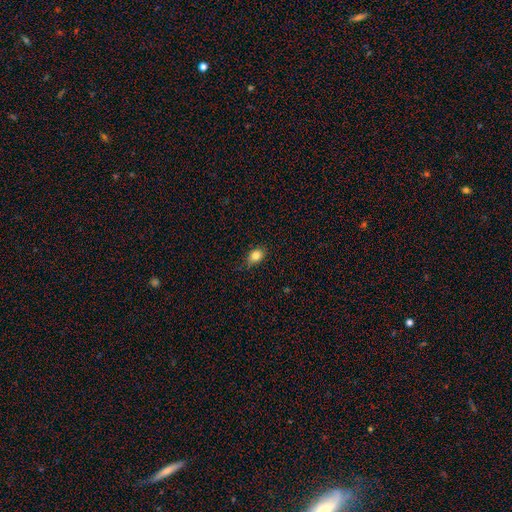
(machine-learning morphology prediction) smooth 83%, star or artifact 10%, featured or disk 7%. Down the decision tree: how rounded — in between (72%); merging — none (78%).